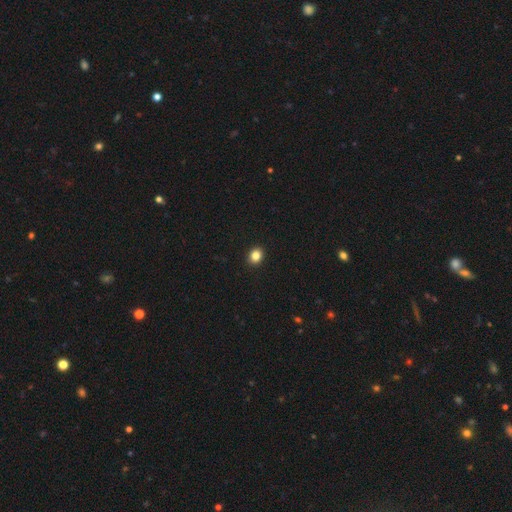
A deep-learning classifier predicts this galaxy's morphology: smooth 85%, star or artifact 11%, featured or disk 5%. Down the decision tree: how rounded — round (60%); merging — none (92%).